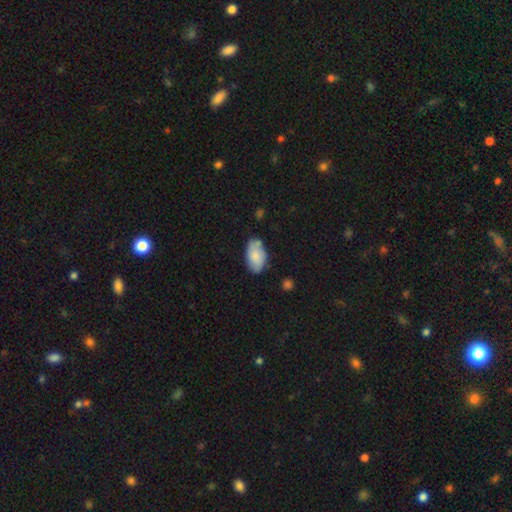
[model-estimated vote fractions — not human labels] This appears to be a smooth galaxy with no disk features (79%) that is in between round and cigar-shaped (93%). Merging: none (68%).